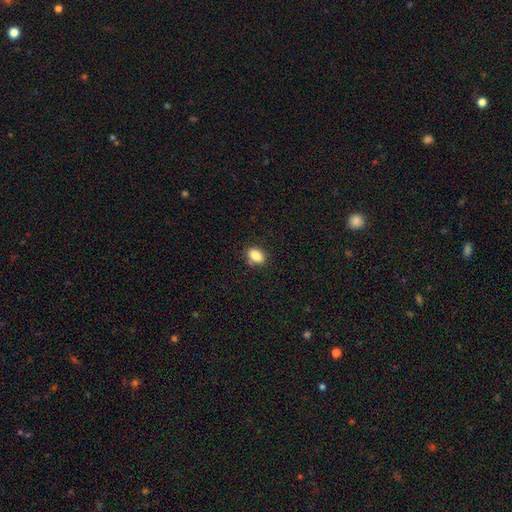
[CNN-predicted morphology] A smooth galaxy with no disk features (87%) that is in between round and cigar-shaped (82%).

Vote fractions:
- Smooth or featured? smooth: 87% / star or artifact: 9% / featured or disk: 4%
- How rounded? in between: 82% / round: 16% / cigar-shaped: 2%
- Merging? none: 80% / minor disturbance: 13% / merger: 3% / major disturbance: 3%